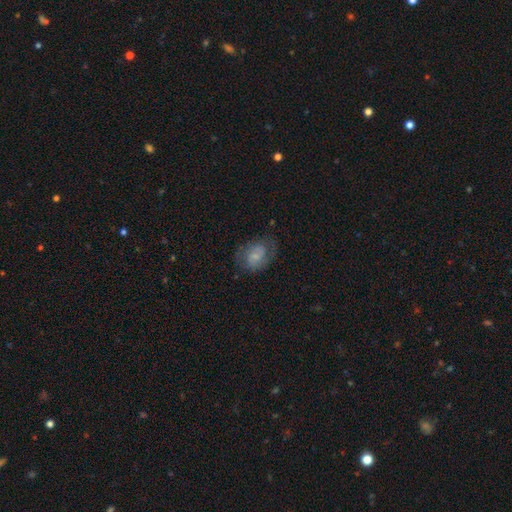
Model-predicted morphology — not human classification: Smooth or featured? featured or disk (46%)
Merging? none (66%)